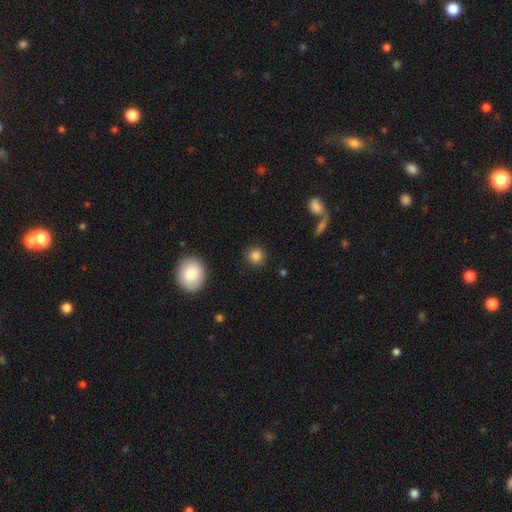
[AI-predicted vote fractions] A smooth galaxy with no disk features (85%) that is round (91%). Merging: none (87%).